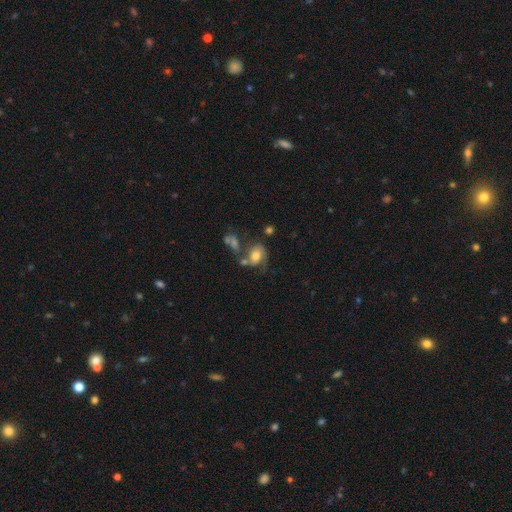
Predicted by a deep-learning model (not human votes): The model was most divided on "smooth or featured": featured or disk: 46%, smooth: 44%, star or artifact: 10%. Remaining: merging — none (34%).